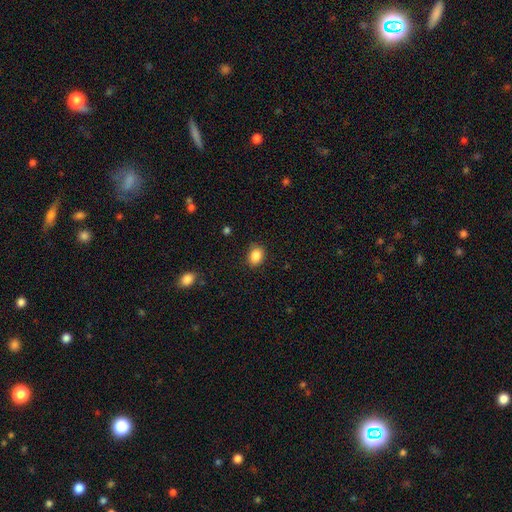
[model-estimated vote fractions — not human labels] Smooth or featured? Predicted: smooth (p=0.88). How rounded? Predicted: in between (p=0.61). Merging? Predicted: none (p=0.84).